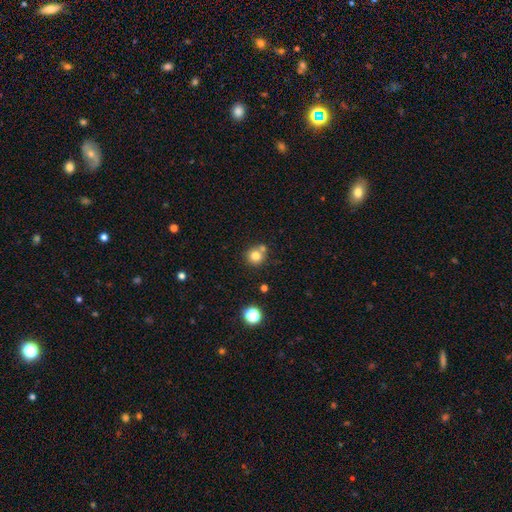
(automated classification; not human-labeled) Q: Smooth or featured?
A: smooth (78%); runner-up: star or artifact (13%)
Q: How rounded?
A: round (90%); runner-up: in between (9%)
Q: Merging?
A: none (62%); runner-up: merger (26%)